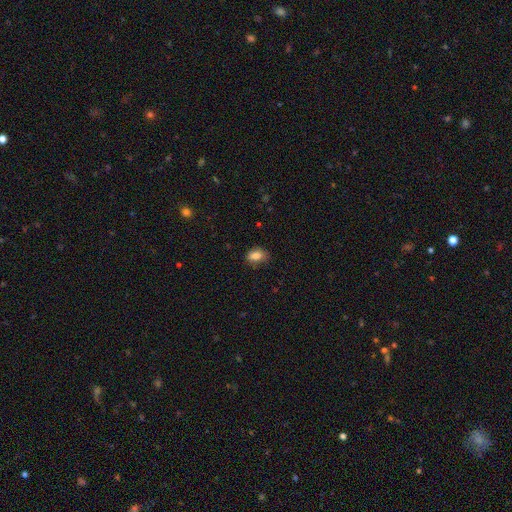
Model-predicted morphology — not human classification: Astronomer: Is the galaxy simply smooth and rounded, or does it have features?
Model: smooth — 84%.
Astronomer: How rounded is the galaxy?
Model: in between — 80%.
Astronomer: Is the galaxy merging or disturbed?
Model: none — 73%.